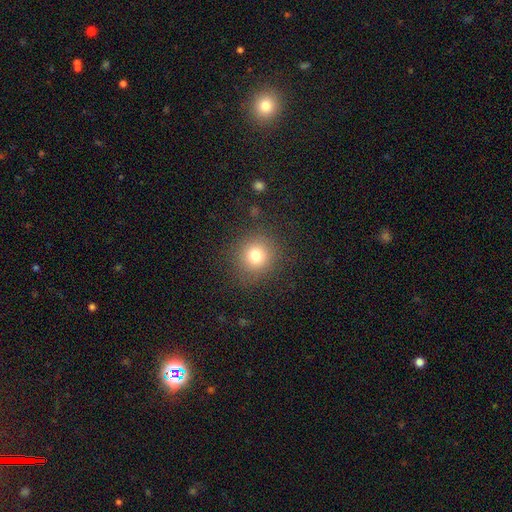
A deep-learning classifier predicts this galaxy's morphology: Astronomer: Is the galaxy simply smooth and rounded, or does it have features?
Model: smooth — 76%.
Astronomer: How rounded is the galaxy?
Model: round — 92%.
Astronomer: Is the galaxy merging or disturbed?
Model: none — 86%.